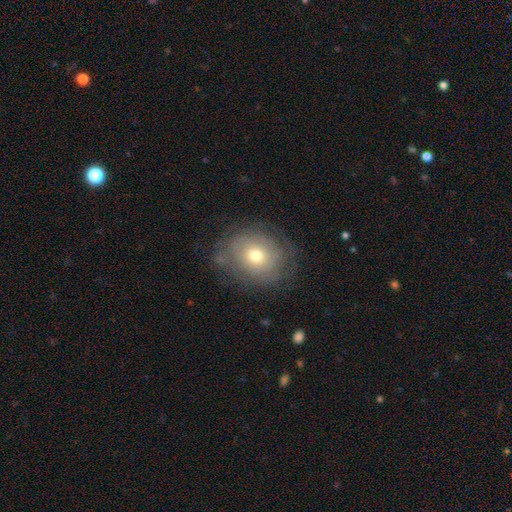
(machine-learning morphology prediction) Smooth or featured: smooth — 56% (featured or disk — 33%)
How rounded: round — 63% (in between — 36%)
Merging: none — 71% (minor disturbance — 19%)